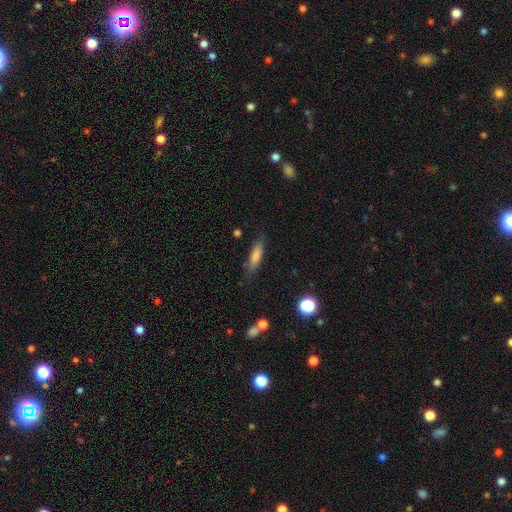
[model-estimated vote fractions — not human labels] Q: Smooth or featured?
A: smooth (79%); runner-up: featured or disk (14%)
Q: How rounded?
A: cigar-shaped (67%); runner-up: in between (31%)
Q: Merging?
A: none (80%); runner-up: minor disturbance (14%)